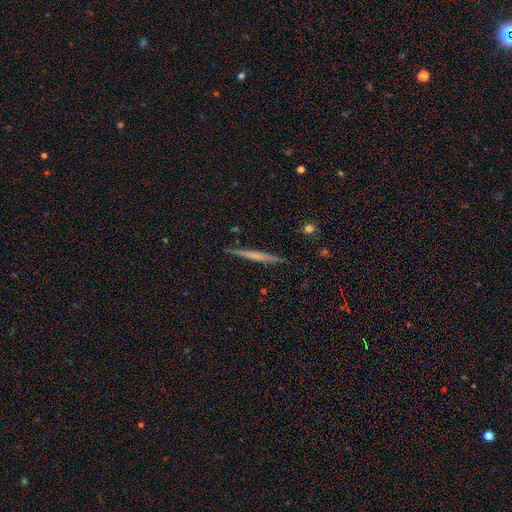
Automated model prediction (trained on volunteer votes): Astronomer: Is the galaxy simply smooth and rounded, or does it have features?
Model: featured or disk — 54% (runner-up: smooth, 40%).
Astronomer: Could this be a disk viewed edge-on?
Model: yes — 98%.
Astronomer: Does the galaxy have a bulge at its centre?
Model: none — 76%.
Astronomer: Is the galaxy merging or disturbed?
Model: none — 91%.